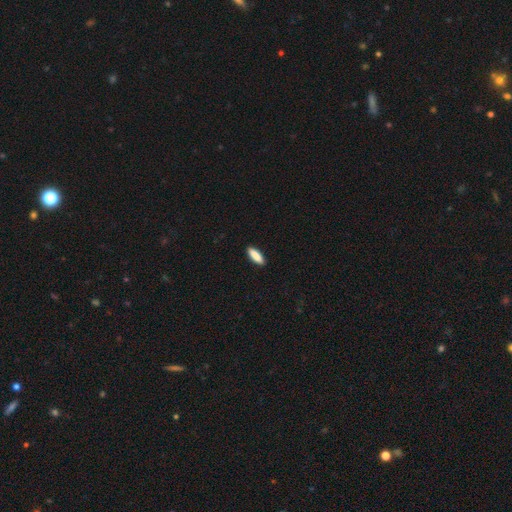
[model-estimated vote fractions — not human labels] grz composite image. It shows a smooth galaxy with no disk features (88%) that is in between round and cigar-shaped (55%). Merging: none (90%).